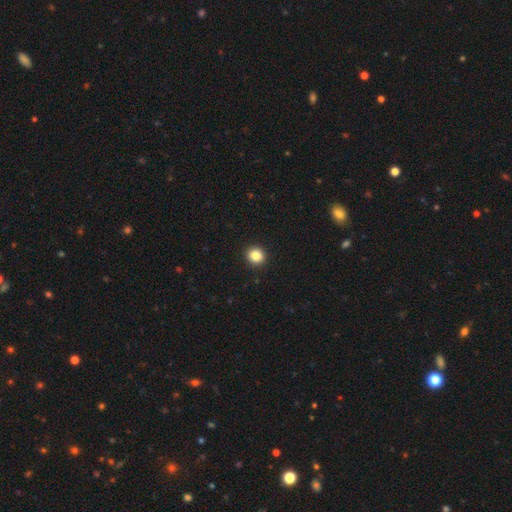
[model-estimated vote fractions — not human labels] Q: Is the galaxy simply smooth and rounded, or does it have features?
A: smooth — 85%.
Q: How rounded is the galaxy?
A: round — 86%.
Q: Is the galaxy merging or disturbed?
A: none — 93%.